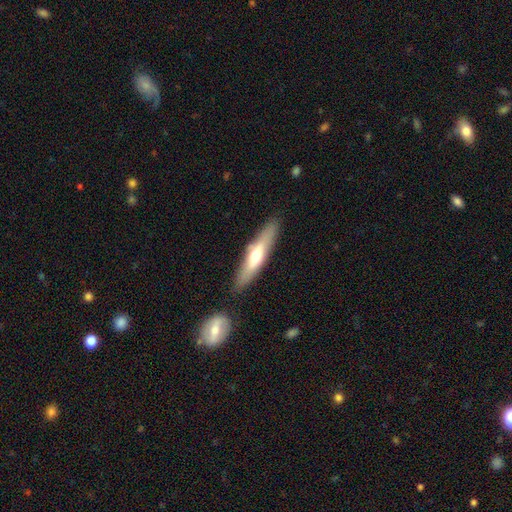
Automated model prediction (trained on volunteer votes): Smooth or featured: smooth — 48% (featured or disk — 47%)
Merging: none — 83% (minor disturbance — 11%)